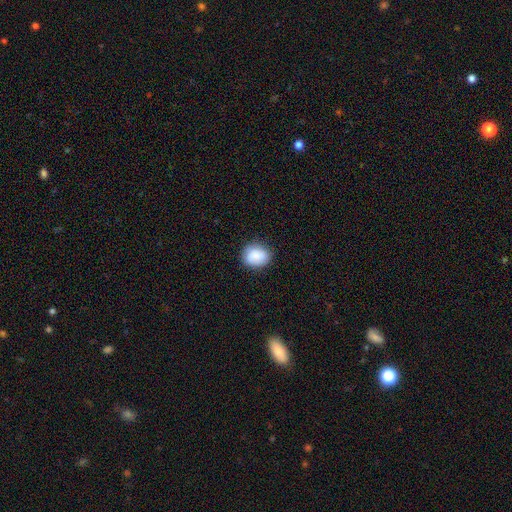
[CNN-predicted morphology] The model was most divided on "how rounded": round: 51%, in between: 48%, cigar-shaped: 1%. More confident: smooth or featured — smooth (86%); merging — none (81%).